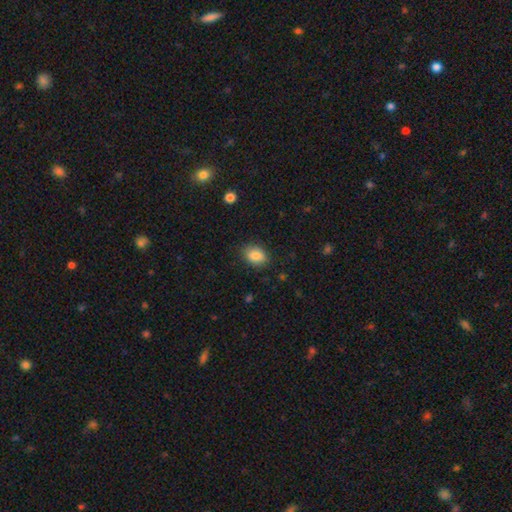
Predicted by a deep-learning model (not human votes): Q: Smooth or featured?
A: smooth (86%); runner-up: star or artifact (8%)
Q: How rounded?
A: in between (71%); runner-up: round (28%)
Q: Merging?
A: none (82%); runner-up: minor disturbance (13%)